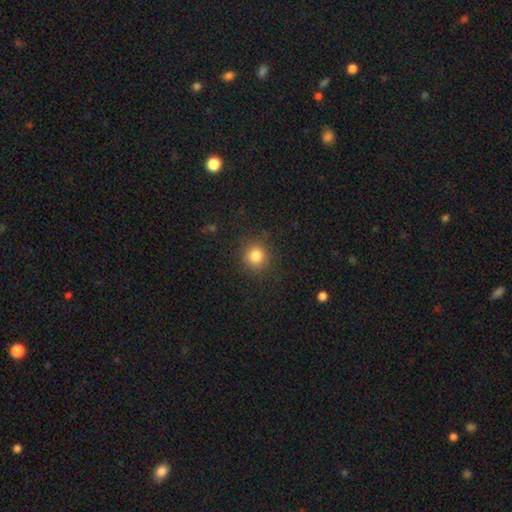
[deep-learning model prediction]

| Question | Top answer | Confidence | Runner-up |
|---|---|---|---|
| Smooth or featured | smooth | 83% | star or artifact (12%) |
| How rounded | round | 91% | in between (8%) |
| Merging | none | 89% | minor disturbance (7%) |